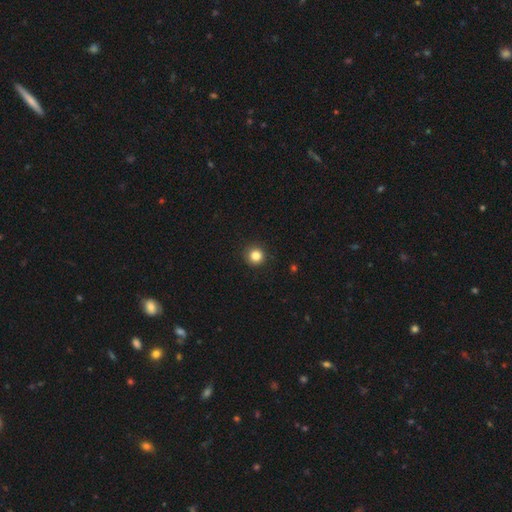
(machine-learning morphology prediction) The model was most divided on "smooth or featured": smooth: 84%, star or artifact: 12%, featured or disk: 5%. More confident: how rounded — round (95%); merging — none (92%).